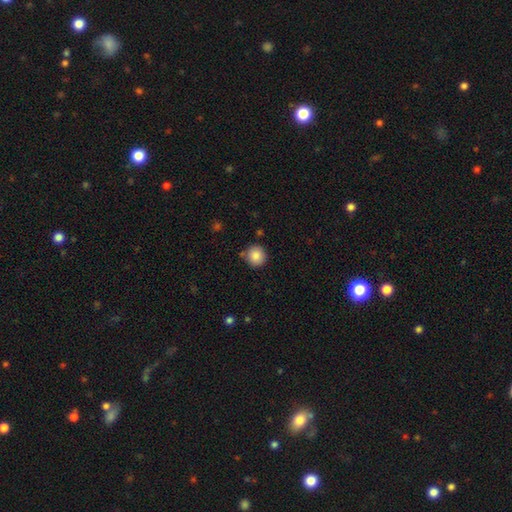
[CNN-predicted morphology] Q: Smooth or featured?
A: smooth (87%); runner-up: star or artifact (9%)
Q: How rounded?
A: round (93%); runner-up: in between (6%)
Q: Merging?
A: none (83%); runner-up: minor disturbance (10%)